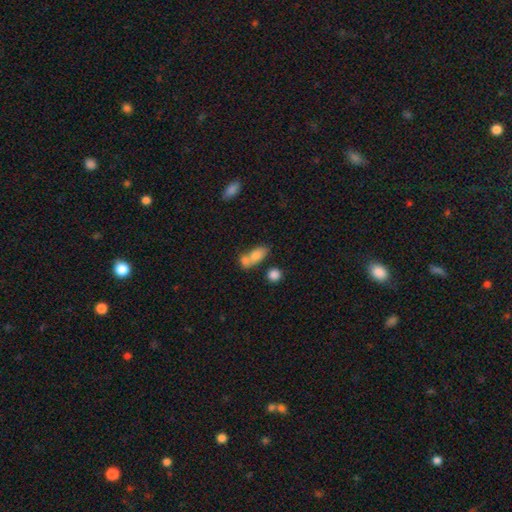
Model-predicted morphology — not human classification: smooth 77%, featured or disk 14%, star or artifact 9%. Down the decision tree: how rounded — in between (80%); merging — merger (51%).